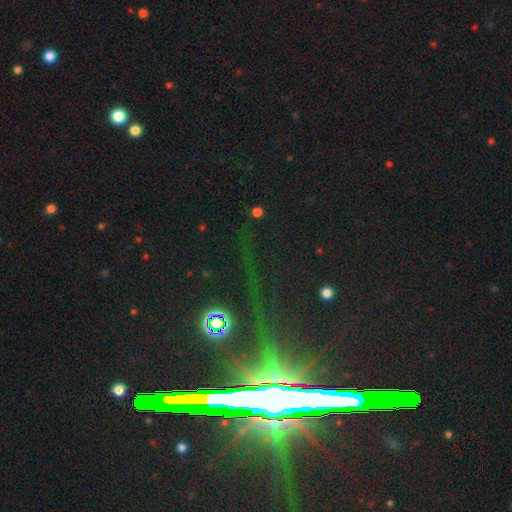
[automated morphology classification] type=star or artifact (72%).